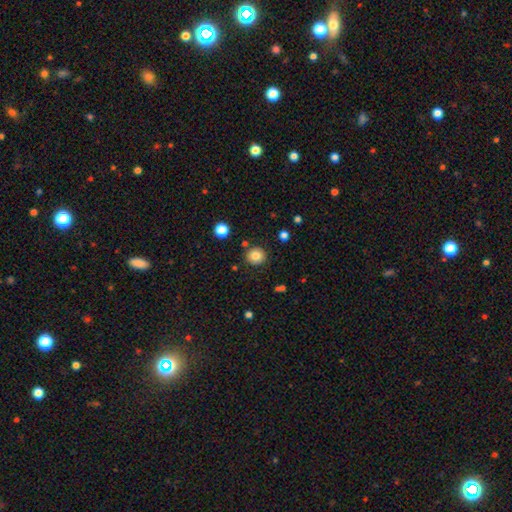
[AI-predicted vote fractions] Smooth or featured? Predicted: smooth (p=0.81). How rounded? Predicted: round (p=0.90). Merging? Predicted: none (p=0.87).